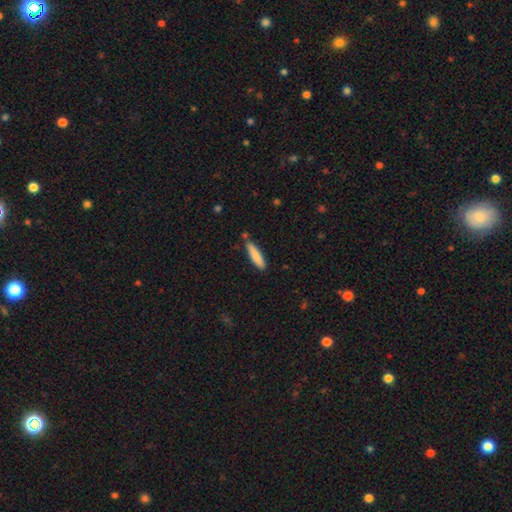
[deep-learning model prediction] Smooth or featured: smooth — 83% (featured or disk — 11%)
How rounded: cigar-shaped — 81% (in between — 18%)
Merging: none — 80% (minor disturbance — 13%)